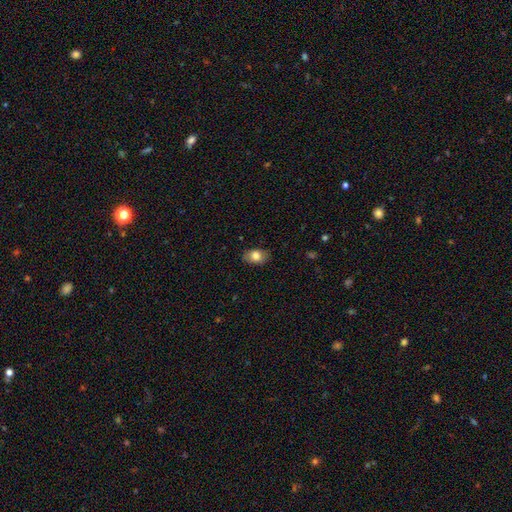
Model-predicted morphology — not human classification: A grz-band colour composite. It shows a smooth galaxy with no disk features (81%) that is in between round and cigar-shaped (83%). Merging: none (84%).